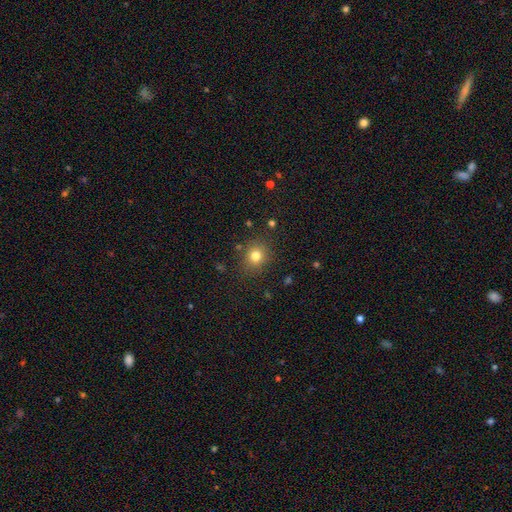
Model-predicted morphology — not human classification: Smooth or featured?
  - smooth: 79% *
  - star or artifact: 14%
  - featured or disk: 7%
How rounded?
  - round: 77% *
  - in between: 22%
  - cigar-shaped: 1%
Merging?
  - none: 85% *
  - minor disturbance: 10%
  - major disturbance: 3%
  - merger: 2%